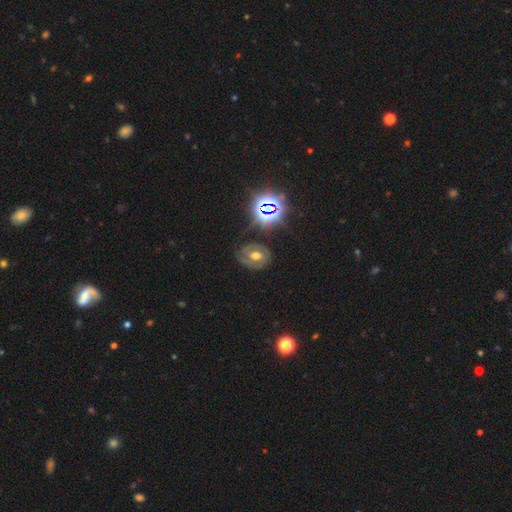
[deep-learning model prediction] A featured or disk galaxy (52%).

Vote fractions:
- Smooth or featured? featured or disk: 52% / smooth: 27% / star or artifact: 21%
- Edge-on disk? no: 95% / yes: 5%
- Merging? none: 72% / minor disturbance: 18% / major disturbance: 8% / merger: 2%